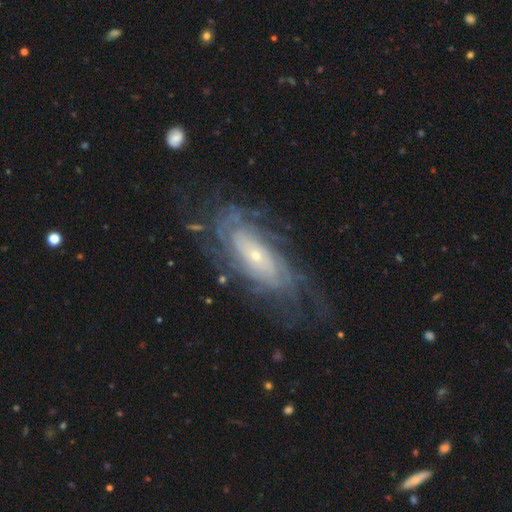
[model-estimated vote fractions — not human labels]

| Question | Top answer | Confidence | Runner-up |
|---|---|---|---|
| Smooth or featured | featured or disk | 83% | smooth (10%) |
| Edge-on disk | no | 90% | yes (10%) |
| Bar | no | 71% | weak (21%) |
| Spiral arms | yes | 92% | no (8%) |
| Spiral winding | tight | 69% | medium (23%) |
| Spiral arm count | can't tell | 50% | 2 (15%) |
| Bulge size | small | 77% | moderate (18%) |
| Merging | none | 69% | minor disturbance (18%) |